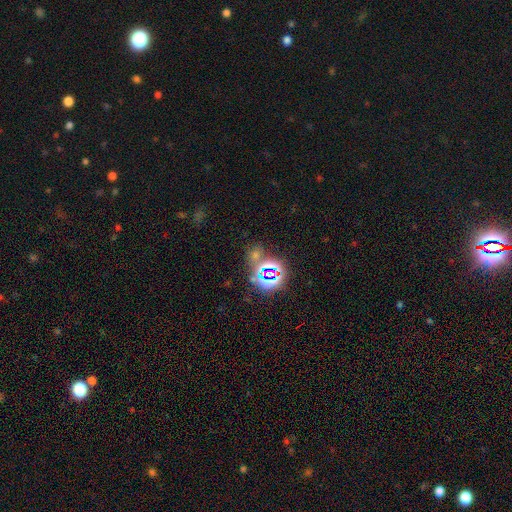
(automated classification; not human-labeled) star or artifact 68%, smooth 24%, featured or disk 8%.